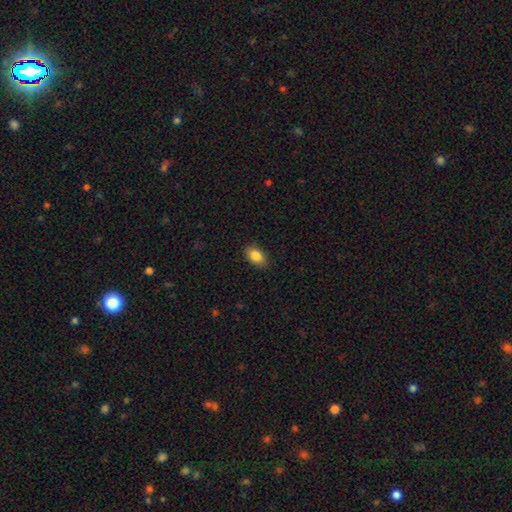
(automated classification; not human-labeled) This is clearly a smooth galaxy (86%). How rounded: clearly in between (90%). Merging: clearly none (86%).